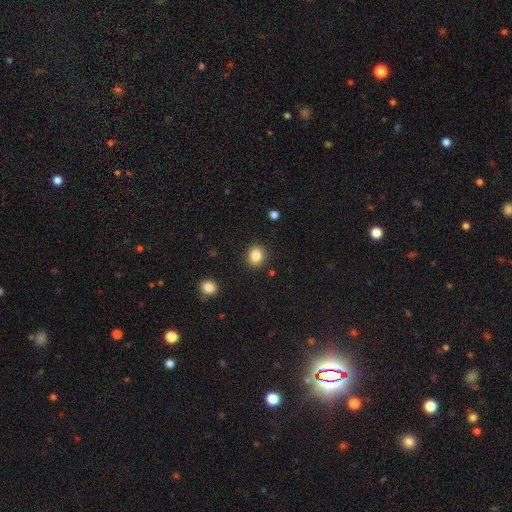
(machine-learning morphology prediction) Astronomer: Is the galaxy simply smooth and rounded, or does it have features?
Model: smooth — 85%.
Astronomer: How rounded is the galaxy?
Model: round — 61% (runner-up: in between, 38%).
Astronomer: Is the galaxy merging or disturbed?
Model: none — 89%.